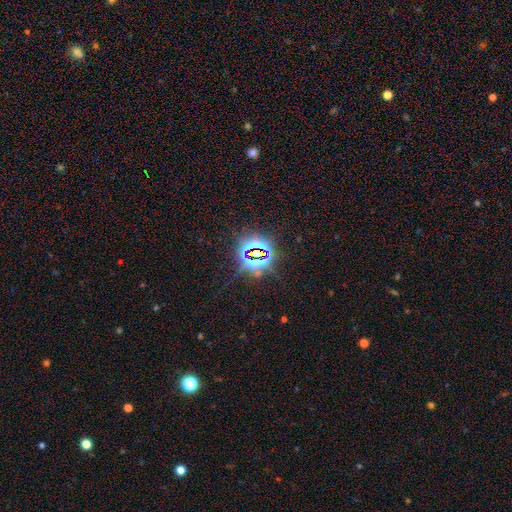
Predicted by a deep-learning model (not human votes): star or artifact 81%, smooth 11%, featured or disk 8%.